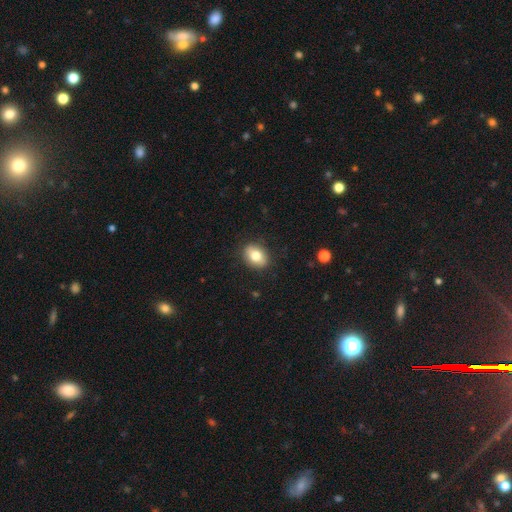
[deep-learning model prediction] Smooth or featured: smooth — 79% (featured or disk — 13%)
How rounded: in between — 72% (round — 27%)
Merging: none — 87% (minor disturbance — 10%)